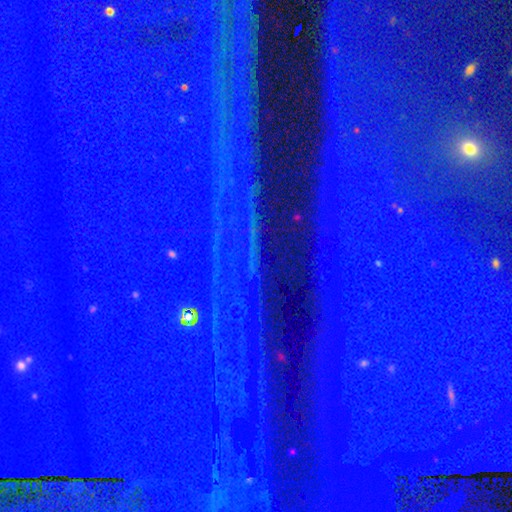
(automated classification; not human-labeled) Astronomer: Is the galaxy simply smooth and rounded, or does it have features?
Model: star or artifact — 87%.